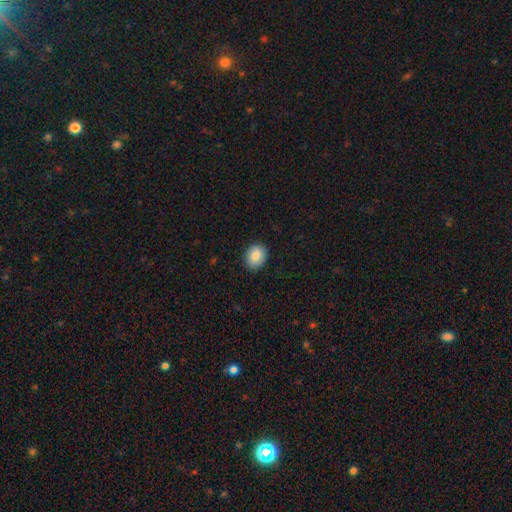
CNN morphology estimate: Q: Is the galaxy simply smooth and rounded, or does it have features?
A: smooth — 86%.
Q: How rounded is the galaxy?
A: round — 54%.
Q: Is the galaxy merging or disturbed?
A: none — 88%.